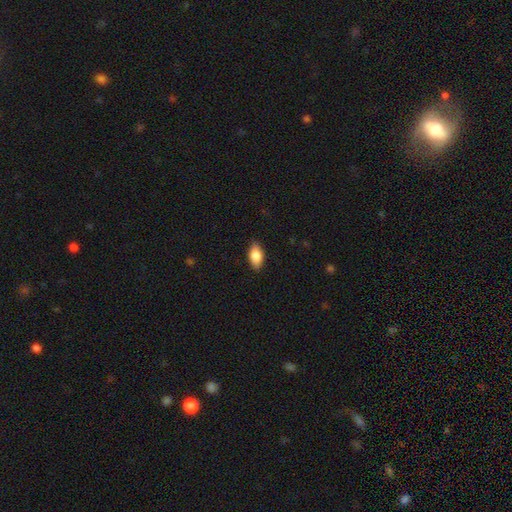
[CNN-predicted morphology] Smooth or featured?
  - smooth: 85% *
  - featured or disk: 9%
  - star or artifact: 6%
How rounded?
  - in between: 91% *
  - cigar-shaped: 5%
  - round: 4%
Merging?
  - none: 86% *
  - minor disturbance: 11%
  - major disturbance: 2%
  - merger: 1%